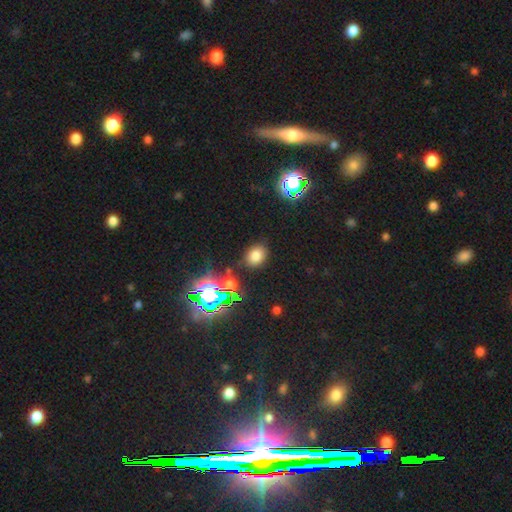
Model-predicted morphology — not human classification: smooth-or-featured: smooth: 71% | star or artifact: 22% | featured or disk: 8%
  how-rounded: round: 52% | in between: 47% | cigar-shaped: 1%
  merging: none: 82% | minor disturbance: 11% | major disturbance: 4% | merger: 3%